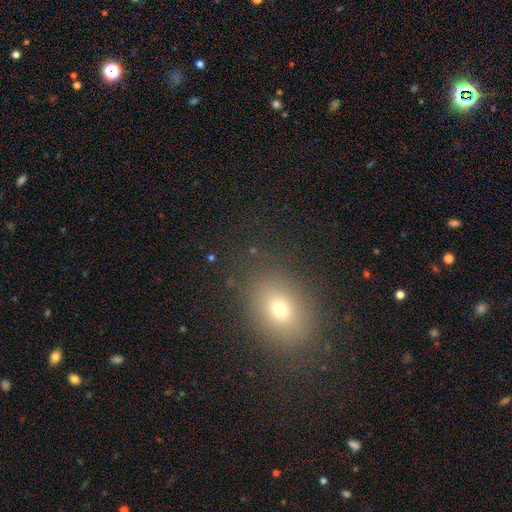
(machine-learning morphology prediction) smooth-or-featured: smooth: 67% | star or artifact: 22% | featured or disk: 11%
  how-rounded: in between: 63% | round: 36% | cigar-shaped: 1%
  merging: none: 87% | minor disturbance: 8% | major disturbance: 4% | merger: 1%